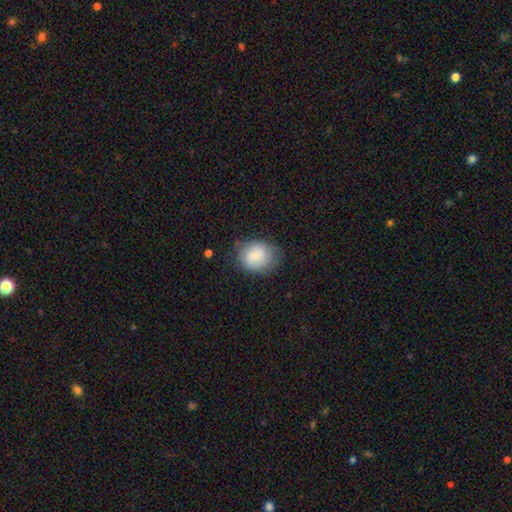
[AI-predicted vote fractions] Overall: smooth (84%). How rounded: round (56%; in between 43%). Merging: none (69%).